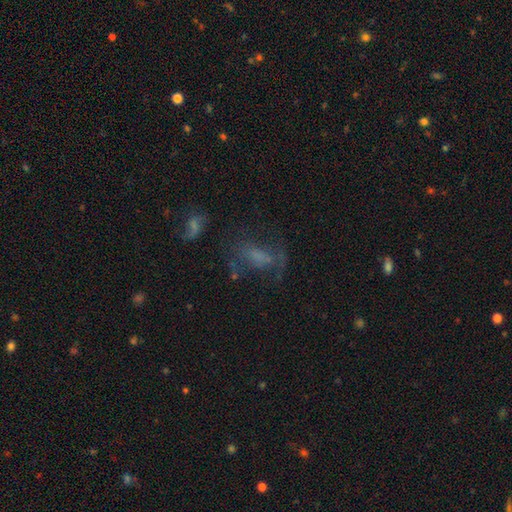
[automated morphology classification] The model was most divided on "smooth or featured": featured or disk: 43%, smooth: 31%, star or artifact: 26%. Remaining: merging — none (46%).